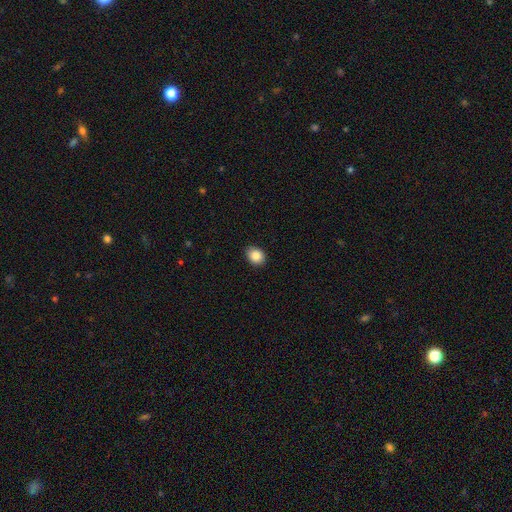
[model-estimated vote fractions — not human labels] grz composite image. It shows a smooth galaxy with no disk features (87%) that is in between round and cigar-shaped (54%). Merging: none (89%).